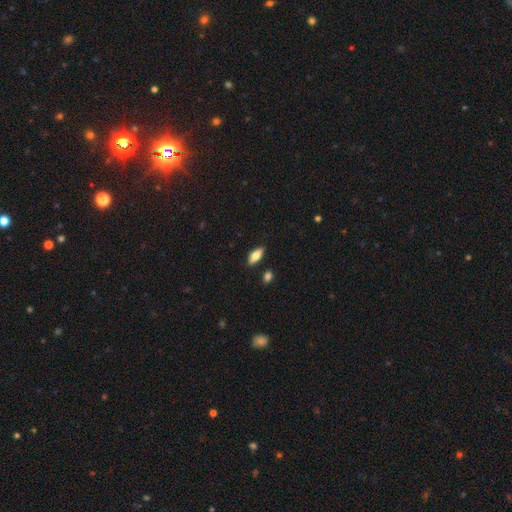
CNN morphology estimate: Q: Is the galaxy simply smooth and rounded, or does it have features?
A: smooth — 70%.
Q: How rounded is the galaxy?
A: in between — 77%.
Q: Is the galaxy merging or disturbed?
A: none — 87%.